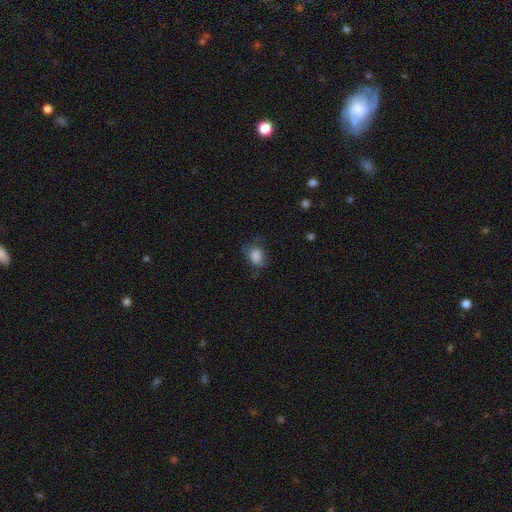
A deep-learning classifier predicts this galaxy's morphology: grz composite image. It shows a smooth galaxy with no disk features (84%) that is in between round and cigar-shaped (57%). Merging: none (61%).